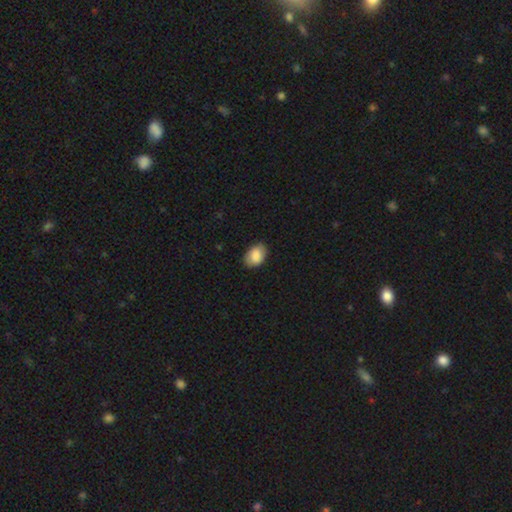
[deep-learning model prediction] Morphology: type=smooth (83%); roundness=in between (85%); merging=none (81%).